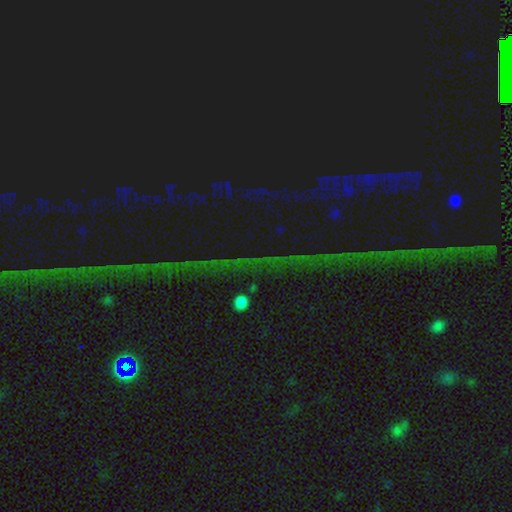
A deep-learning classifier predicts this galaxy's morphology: type=star or artifact (72%).